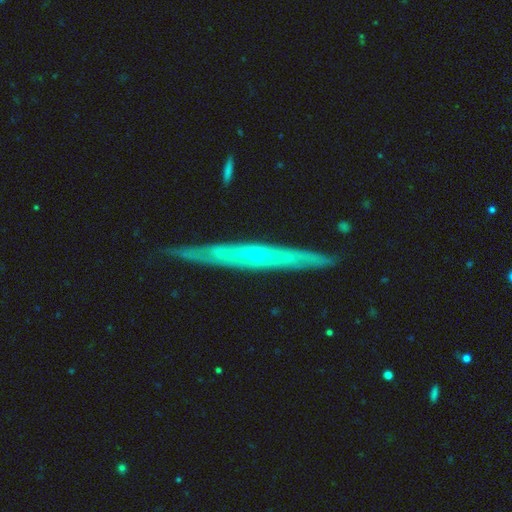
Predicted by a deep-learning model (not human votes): Smooth or featured? Predicted: featured or disk (p=0.79). Edge-on disk? Predicted: yes (p=0.87). Edge-on bulge? Predicted: rounded (p=0.62). Merging? Predicted: none (p=0.86).